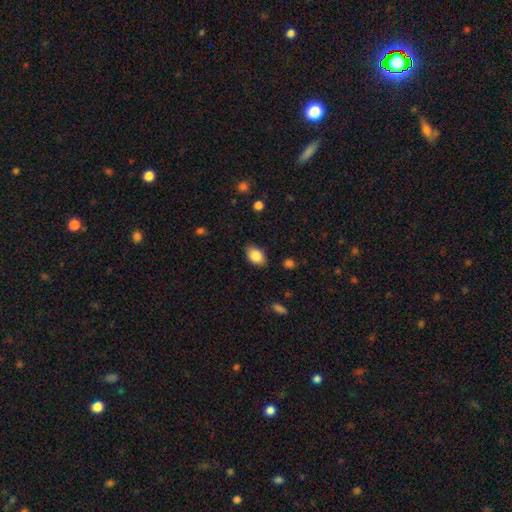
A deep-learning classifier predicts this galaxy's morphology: Smooth or featured? smooth (85%)
How rounded? in between (86%)
Merging? none (84%)